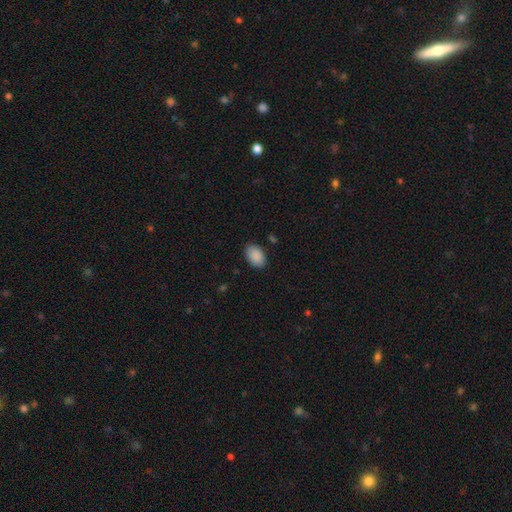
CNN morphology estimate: smooth_or_featured: smooth (p=0.90) [alt: star or artifact p=0.07]
how_rounded: in between (p=0.88) [alt: round p=0.11]
merging: none (p=0.87) [alt: minor disturbance p=0.10]